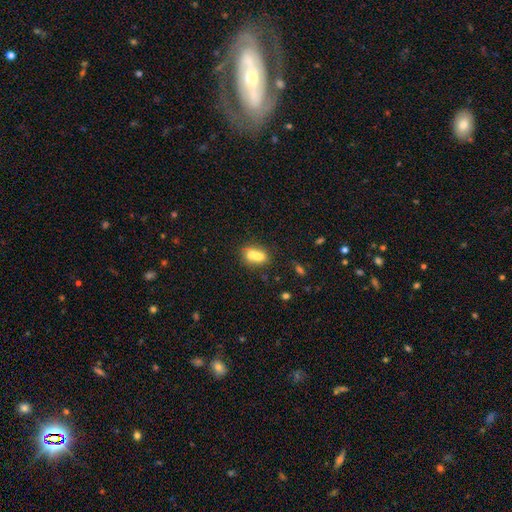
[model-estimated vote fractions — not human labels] This appears to be a smooth galaxy with no disk features (65%) that is in between round and cigar-shaped (52%). Merging: merger (65%).